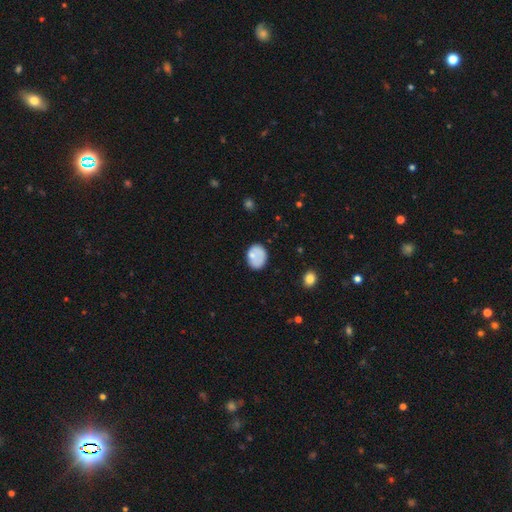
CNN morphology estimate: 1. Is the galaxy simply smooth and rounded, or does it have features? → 71% smooth, 20% featured or disk, 8% star or artifact.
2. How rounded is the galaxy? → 59% in between, 40% round, 1% cigar-shaped.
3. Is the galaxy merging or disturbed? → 60% none, 22% minor disturbance, 9% merger, 8% major disturbance.